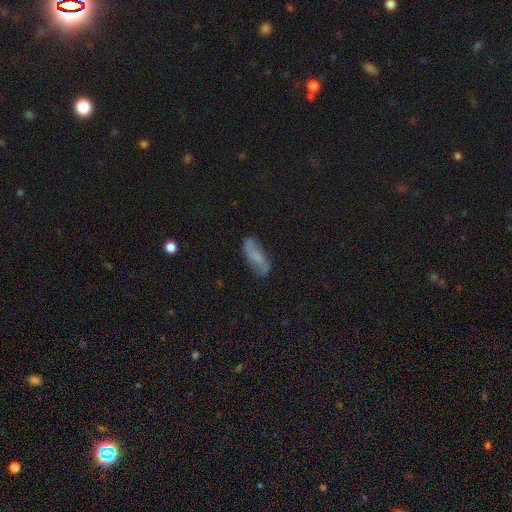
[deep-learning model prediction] Overall: smooth (52%; featured or disk 37%). How rounded: in between (58%; cigar-shaped 39%). Merging: none (72%).